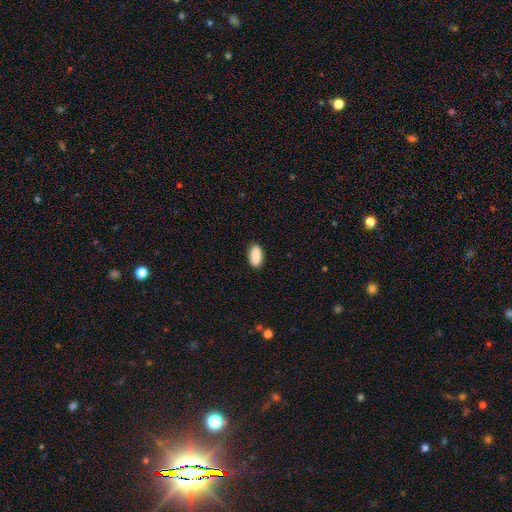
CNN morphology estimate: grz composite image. It shows a smooth galaxy with no disk features (87%) that is in between round and cigar-shaped (92%). Merging: none (85%).